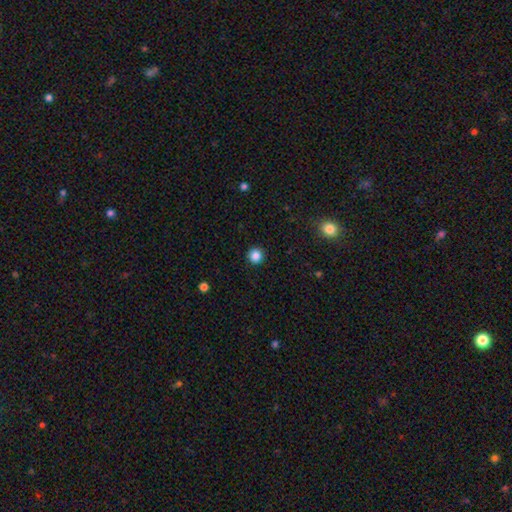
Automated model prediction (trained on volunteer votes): smooth_or_featured: smooth (p=0.85) [alt: star or artifact p=0.11]
how_rounded: round (p=0.95) [alt: in between p=0.04]
merging: none (p=0.93) [alt: minor disturbance p=0.05]